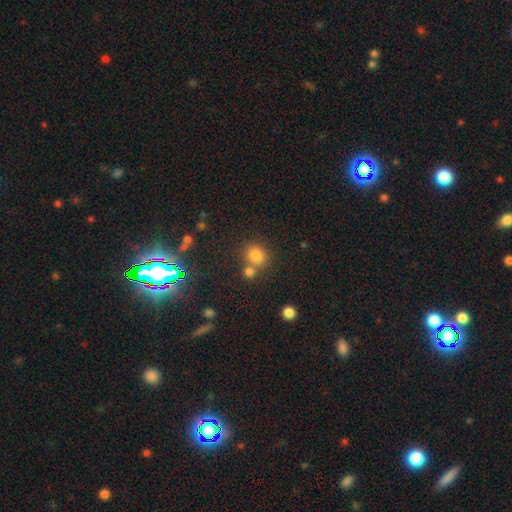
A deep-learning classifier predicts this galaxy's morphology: Smooth or featured?
  - smooth: 79% *
  - star or artifact: 15%
  - featured or disk: 7%
How rounded?
  - round: 74% *
  - in between: 24%
  - cigar-shaped: 1%
Merging?
  - none: 56% *
  - merger: 31%
  - minor disturbance: 10%
  - major disturbance: 4%